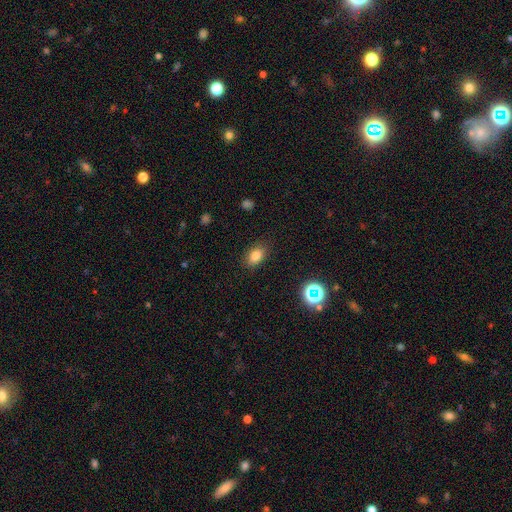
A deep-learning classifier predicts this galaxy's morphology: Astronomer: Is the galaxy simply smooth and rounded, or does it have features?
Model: smooth — 81%.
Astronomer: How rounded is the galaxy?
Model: in between — 83%.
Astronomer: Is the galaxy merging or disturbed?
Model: none — 86%.